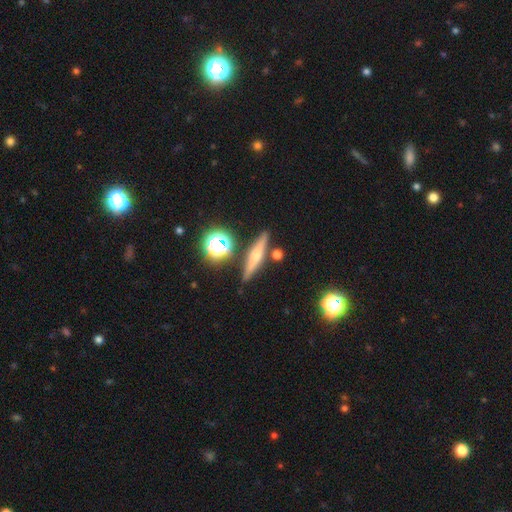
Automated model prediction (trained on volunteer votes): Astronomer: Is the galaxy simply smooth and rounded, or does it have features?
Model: featured or disk — 49% (runner-up: smooth, 37%).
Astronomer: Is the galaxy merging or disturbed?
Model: none — 84%.